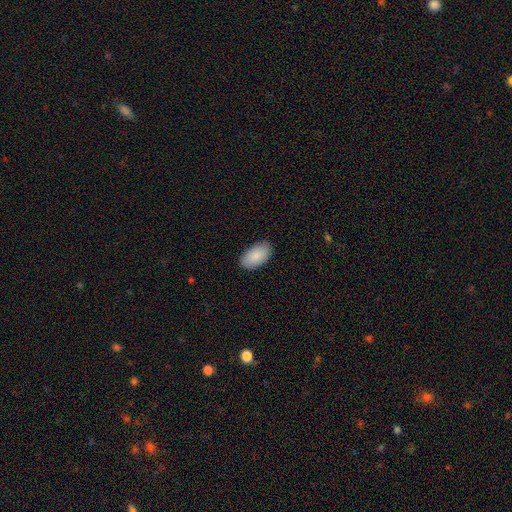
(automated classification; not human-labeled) A smooth galaxy with no disk features (88%) that is in between round and cigar-shaped (96%).

Vote fractions:
- Smooth or featured? smooth: 88% / star or artifact: 6% / featured or disk: 6%
- How rounded? in between: 96% / round: 3% / cigar-shaped: 1%
- Merging? none: 86% / minor disturbance: 11% / major disturbance: 2% / merger: 1%